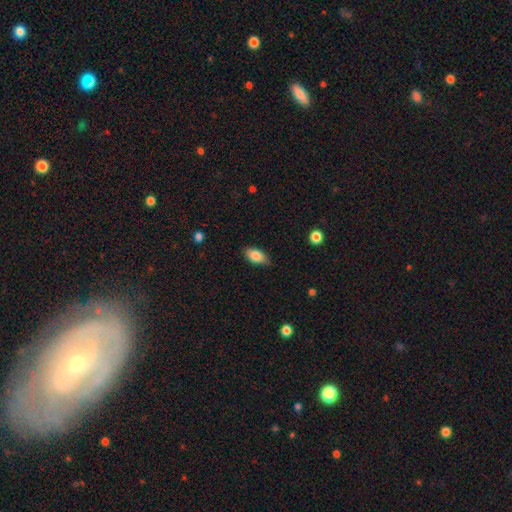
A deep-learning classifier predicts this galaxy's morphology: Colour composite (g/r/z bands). It shows a smooth galaxy with no disk features (83%) that is in between round and cigar-shaped (91%). Merging: none (82%).